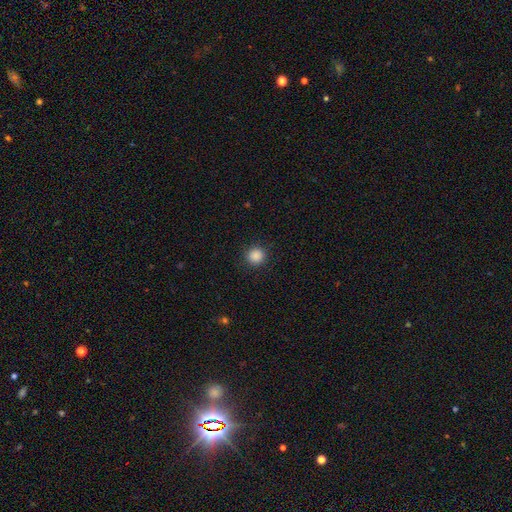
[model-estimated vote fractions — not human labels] Overall: smooth (88%). How rounded: round (93%). Merging: none (91%).